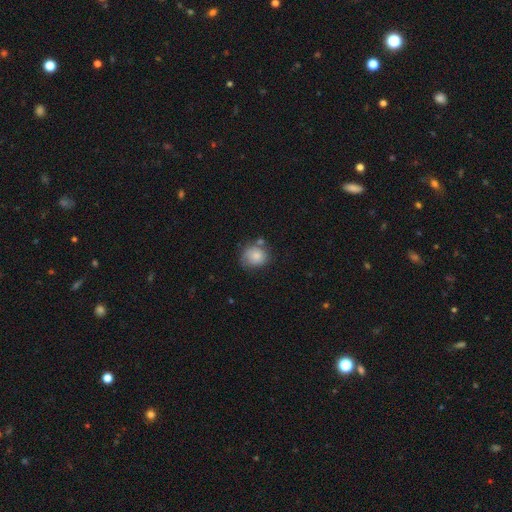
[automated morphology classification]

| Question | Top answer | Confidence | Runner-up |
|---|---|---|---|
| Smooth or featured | smooth | 79% | featured or disk (13%) |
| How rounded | round | 74% | in between (25%) |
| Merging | none | 58% | minor disturbance (24%) |